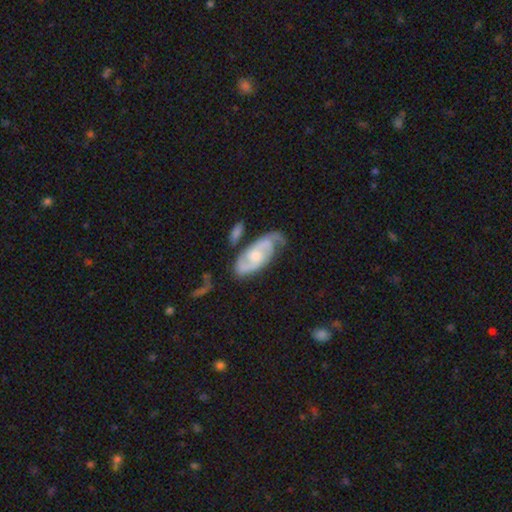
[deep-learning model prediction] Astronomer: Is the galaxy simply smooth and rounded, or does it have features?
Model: featured or disk — 80%.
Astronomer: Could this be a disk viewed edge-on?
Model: no — 94%.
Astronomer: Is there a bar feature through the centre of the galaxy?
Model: no — 58% (runner-up: weak, 35%).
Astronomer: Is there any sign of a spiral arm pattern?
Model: yes — 94%.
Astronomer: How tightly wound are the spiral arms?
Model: medium — 45% (runner-up: tight, 39%).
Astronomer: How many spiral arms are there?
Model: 2 — 77%.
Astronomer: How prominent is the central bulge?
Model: moderate — 52% (runner-up: small, 36%).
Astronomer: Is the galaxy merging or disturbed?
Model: none — 56%.